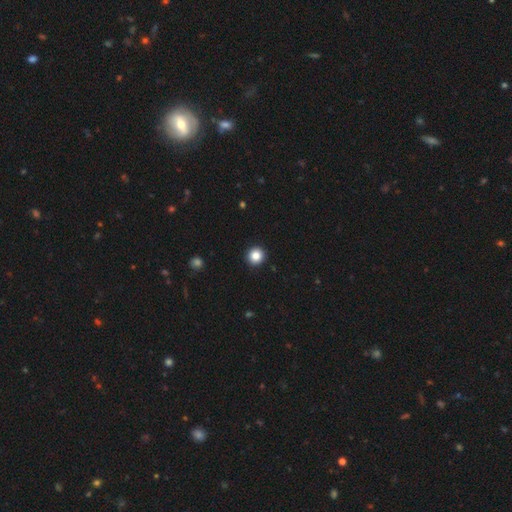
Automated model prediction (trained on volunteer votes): A smooth galaxy with no disk features (84%) that is round (94%).

Vote fractions:
- Smooth or featured? smooth: 84% / star or artifact: 11% / featured or disk: 5%
- How rounded? round: 94% / in between: 5% / cigar-shaped: 1%
- Merging? none: 94% / minor disturbance: 4% / major disturbance: 1% / merger: 1%